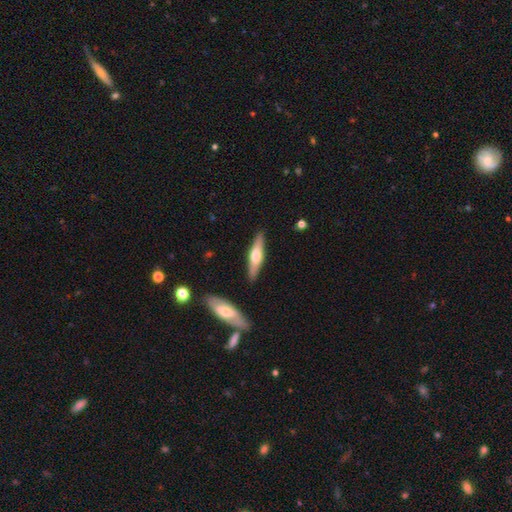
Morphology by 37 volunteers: A featured or disk galaxy (51%) viewed edge-on (95%) with a rounded central bulge (83%).

Vote fractions:
- Smooth or featured? featured or disk: 51% / smooth: 43% / star or artifact: 5%
- Edge-on disk? yes: 95% / no: 5%
- Edge-on bulge? rounded: 83% / none: 11% / boxy: 6%
- Merging? none: 91% / minor disturbance: 9% / major disturbance: 0% / merger: 0%